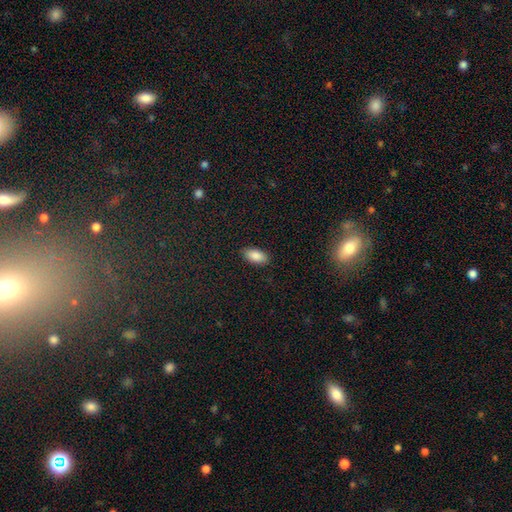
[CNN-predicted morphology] This appears to be a smooth galaxy with no disk features (88%) that is in between round and cigar-shaped (93%). Merging: none (88%).